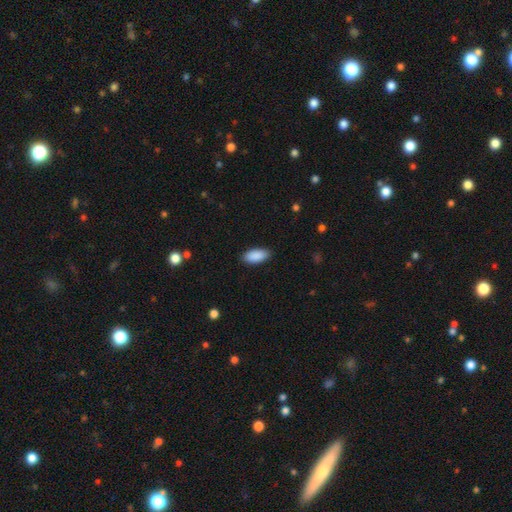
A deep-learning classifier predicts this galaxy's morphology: Smooth or featured?
  - smooth: 90% *
  - star or artifact: 6%
  - featured or disk: 4%
How rounded?
  - in between: 91% *
  - cigar-shaped: 8%
  - round: 2%
Merging?
  - none: 88% *
  - minor disturbance: 9%
  - major disturbance: 2%
  - merger: 1%